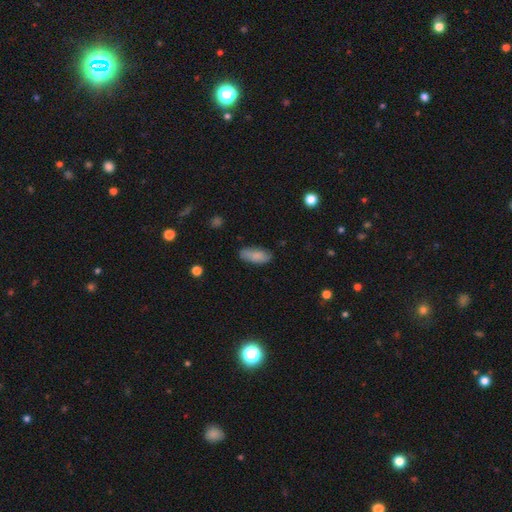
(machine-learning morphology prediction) This appears to be a smooth galaxy with no disk features (84%) that is in between round and cigar-shaped (81%). Merging: none (80%).